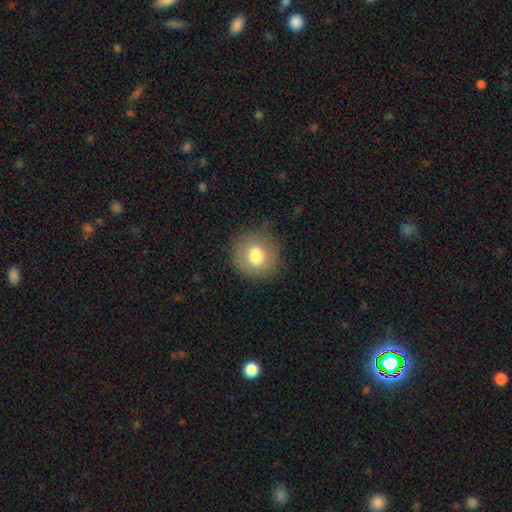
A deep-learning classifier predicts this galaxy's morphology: type=smooth (77%); roundness=round (90%); merging=none (83%).